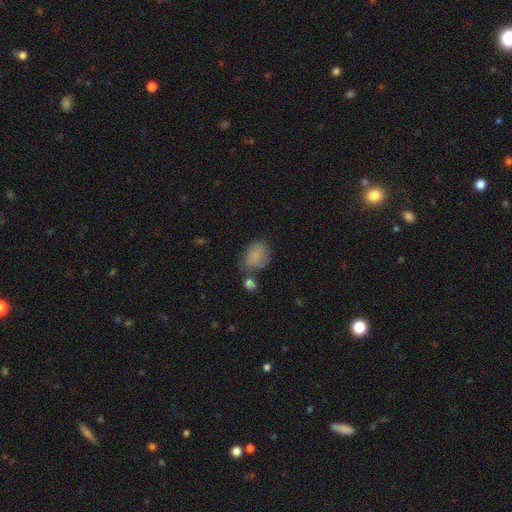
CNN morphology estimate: Smooth or featured: smooth — 77% (featured or disk — 14%)
How rounded: in between — 70% (round — 29%)
Merging: none — 50% (minor disturbance — 25%)